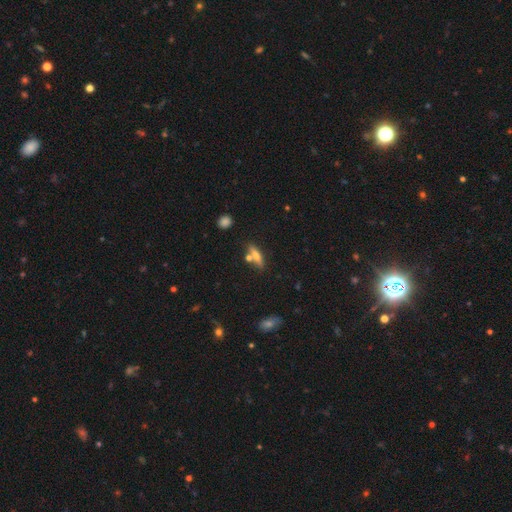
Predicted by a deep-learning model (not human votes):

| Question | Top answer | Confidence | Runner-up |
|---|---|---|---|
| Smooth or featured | smooth | 55% | featured or disk (36%) |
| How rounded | cigar-shaped | 65% | in between (30%) |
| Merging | none | 69% | merger (16%) |